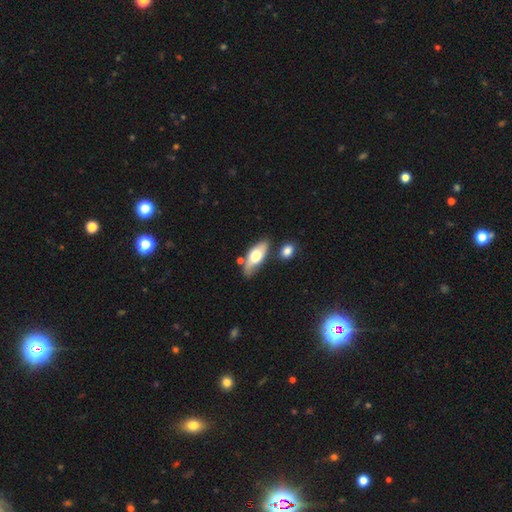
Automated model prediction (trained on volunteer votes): The model was most divided on "smooth or featured": smooth: 58%, featured or disk: 36%, star or artifact: 6%. More confident: how rounded — in between (78%); merging — none (67%).